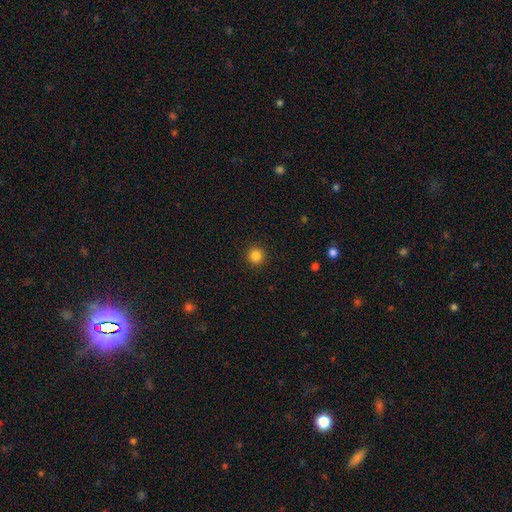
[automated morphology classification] Q: Smooth or featured?
A: smooth (85%); runner-up: star or artifact (12%)
Q: How rounded?
A: round (95%); runner-up: in between (4%)
Q: Merging?
A: none (92%); runner-up: minor disturbance (5%)